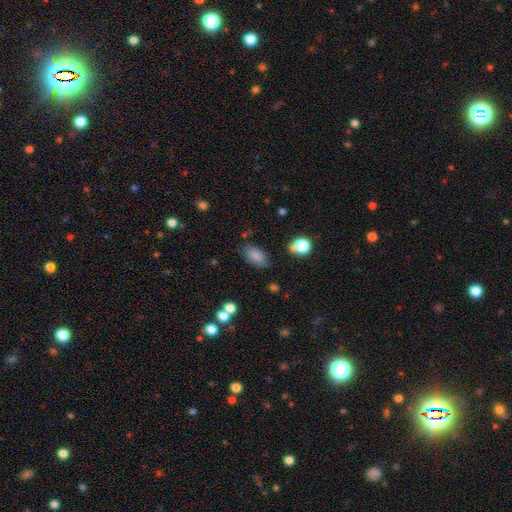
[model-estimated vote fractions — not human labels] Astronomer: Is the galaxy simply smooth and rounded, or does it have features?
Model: smooth — 83%.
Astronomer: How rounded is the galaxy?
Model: in between — 90%.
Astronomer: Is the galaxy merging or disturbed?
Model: none — 76%.